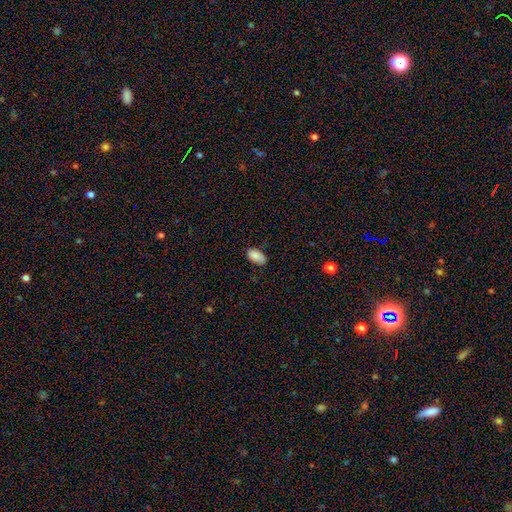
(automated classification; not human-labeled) Overall: smooth (88%). How rounded: in between (94%). Merging: none (78%).